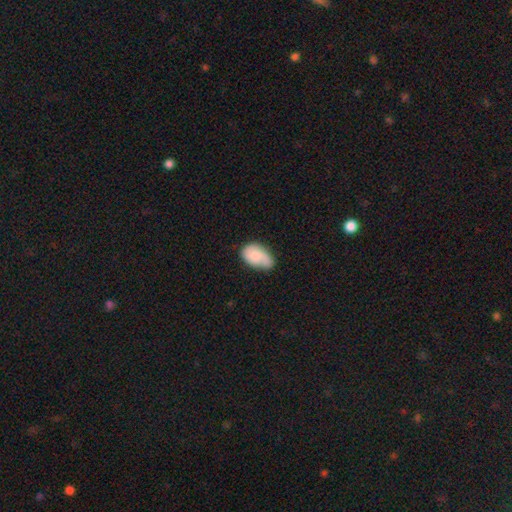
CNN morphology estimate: Q: Smooth or featured?
A: smooth (70%); runner-up: featured or disk (23%)
Q: How rounded?
A: in between (91%); runner-up: round (8%)
Q: Merging?
A: none (48%); runner-up: minor disturbance (37%)